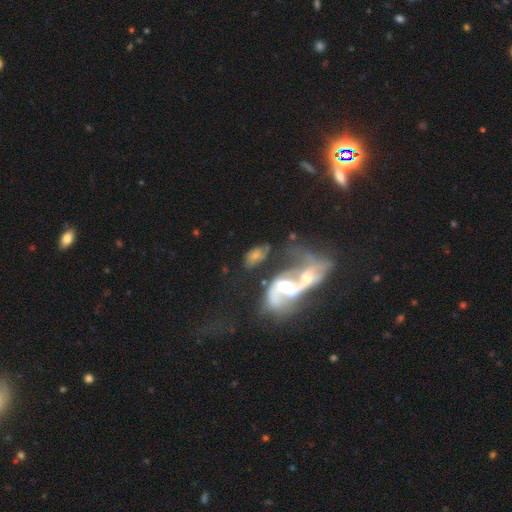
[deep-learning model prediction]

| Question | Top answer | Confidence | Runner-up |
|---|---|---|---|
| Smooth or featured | featured or disk | 67% | smooth (22%) |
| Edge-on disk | no | 94% | yes (6%) |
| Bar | no | 52% | weak (33%) |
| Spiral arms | yes | 69% | no (31%) |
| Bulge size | moderate | 47% | small (26%) |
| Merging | merger | 62% | major disturbance (15%) |